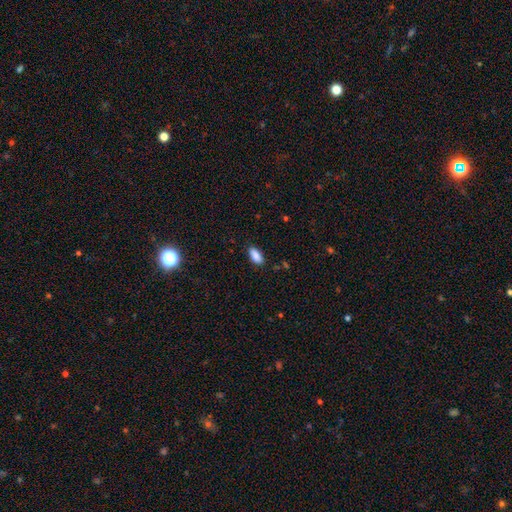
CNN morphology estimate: Smooth or featured? Predicted: smooth (p=0.88). How rounded? Predicted: in between (p=0.89). Merging? Predicted: none (p=0.85).